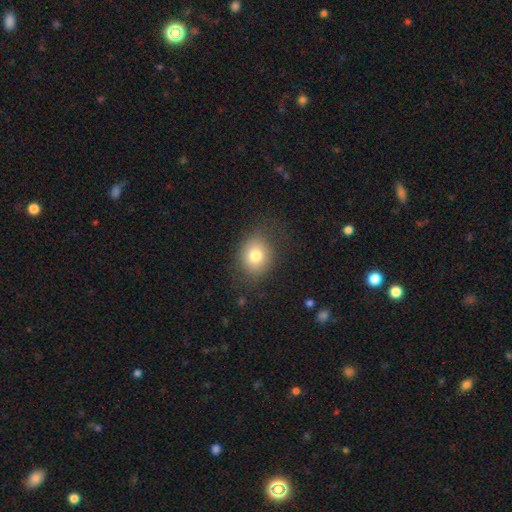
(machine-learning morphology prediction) smooth-or-featured: smooth: 78% | featured or disk: 11% | star or artifact: 11%
  how-rounded: round: 55% | in between: 44% | cigar-shaped: 1%
  merging: none: 76% | minor disturbance: 16% | major disturbance: 7% | merger: 1%